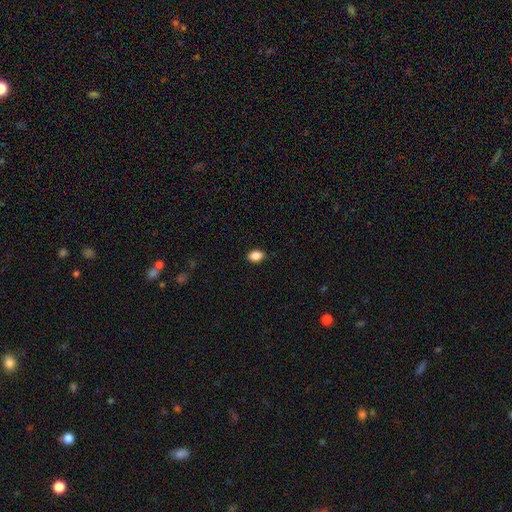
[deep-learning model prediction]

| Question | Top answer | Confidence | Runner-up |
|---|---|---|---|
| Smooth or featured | smooth | 88% | star or artifact (9%) |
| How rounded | in between | 80% | round (19%) |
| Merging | none | 86% | minor disturbance (11%) |